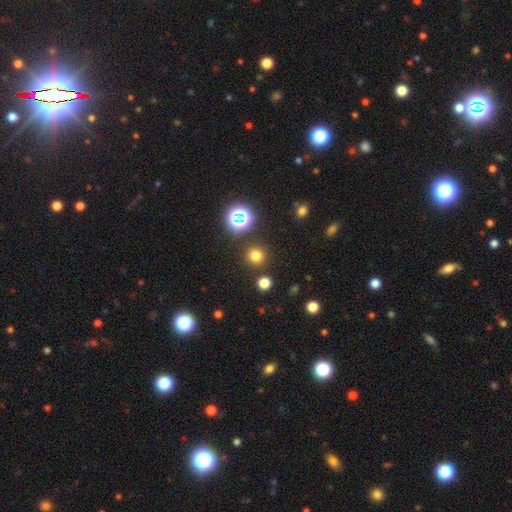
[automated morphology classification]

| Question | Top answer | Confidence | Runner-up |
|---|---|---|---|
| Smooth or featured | smooth | 72% | star or artifact (22%) |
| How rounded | round | 94% | in between (5%) |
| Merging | none | 88% | minor disturbance (6%) |